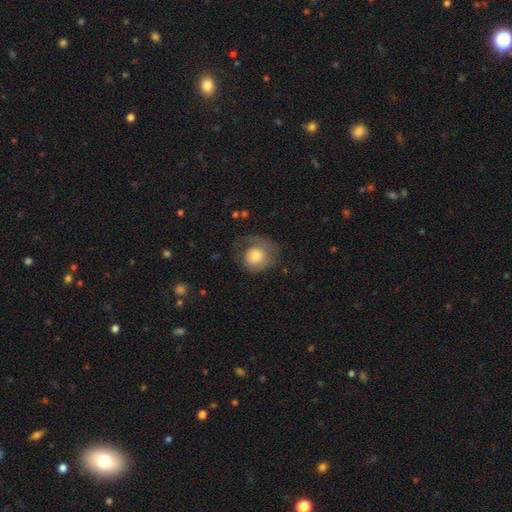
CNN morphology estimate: Smooth or featured? Predicted: smooth (p=0.68). How rounded? Predicted: round (p=0.79). Merging? Predicted: none (p=0.46).